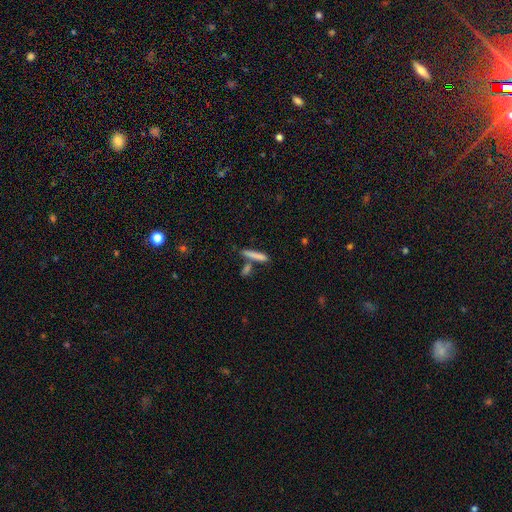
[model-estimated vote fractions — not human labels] Q: Smooth or featured?
A: smooth (77%); runner-up: featured or disk (16%)
Q: How rounded?
A: cigar-shaped (88%); runner-up: in between (9%)
Q: Merging?
A: none (69%); runner-up: merger (17%)